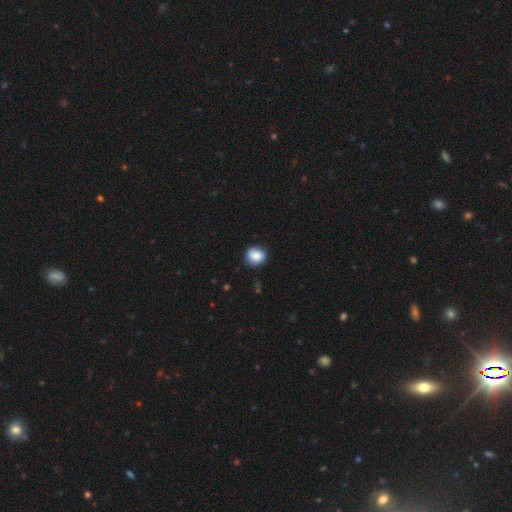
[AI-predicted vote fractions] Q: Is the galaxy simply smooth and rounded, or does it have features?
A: smooth — 83%.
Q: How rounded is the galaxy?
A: round — 74%.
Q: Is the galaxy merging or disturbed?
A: none — 75%.